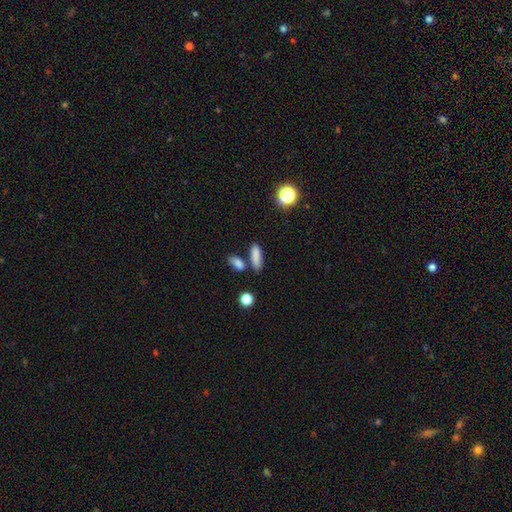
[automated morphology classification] type=smooth (84%); roundness=cigar-shaped (50%); merging=none (71%).